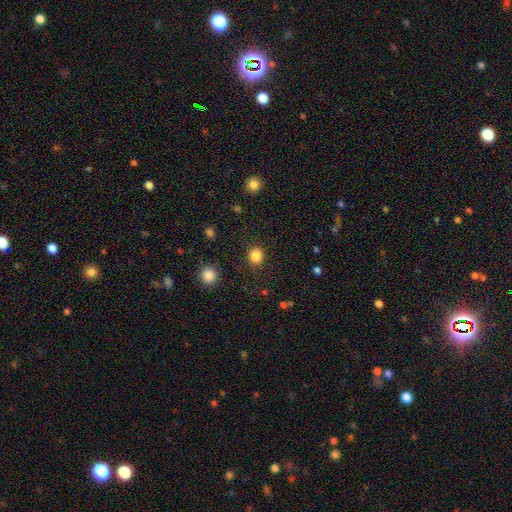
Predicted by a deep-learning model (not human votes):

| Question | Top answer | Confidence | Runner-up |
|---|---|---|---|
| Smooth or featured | smooth | 85% | star or artifact (11%) |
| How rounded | round | 78% | in between (21%) |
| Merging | none | 88% | minor disturbance (7%) |